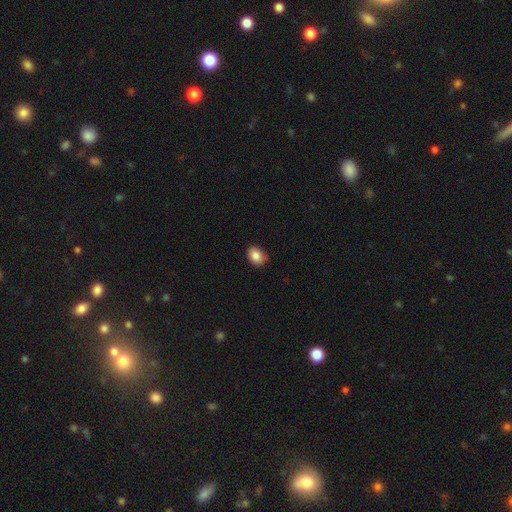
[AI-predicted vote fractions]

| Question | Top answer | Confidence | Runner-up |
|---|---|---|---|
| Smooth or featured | smooth | 86% | star or artifact (9%) |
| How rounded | in between | 60% | round (39%) |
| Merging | none | 81% | minor disturbance (16%) |